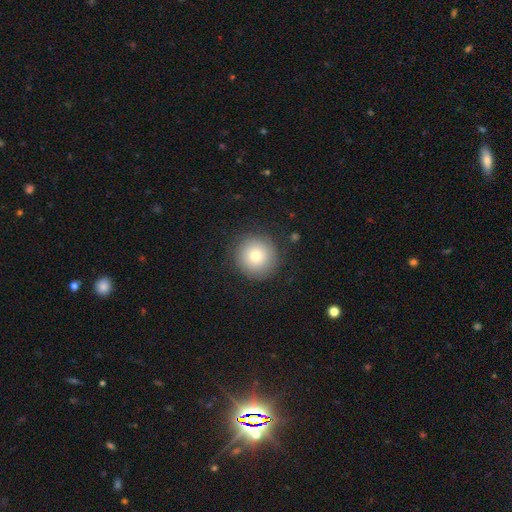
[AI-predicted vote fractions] Smooth or featured?
  - smooth: 78% *
  - featured or disk: 12%
  - star or artifact: 11%
How rounded?
  - round: 96% *
  - in between: 3%
  - cigar-shaped: 1%
Merging?
  - none: 89% *
  - minor disturbance: 7%
  - major disturbance: 3%
  - merger: 1%